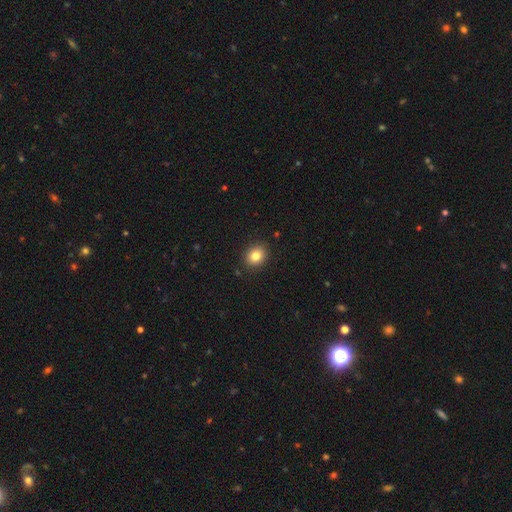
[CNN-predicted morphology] The model was most divided on "how rounded": round: 67%, in between: 33%, cigar-shaped: 1%. More confident: merging — none (90%); smooth or featured — smooth (82%).